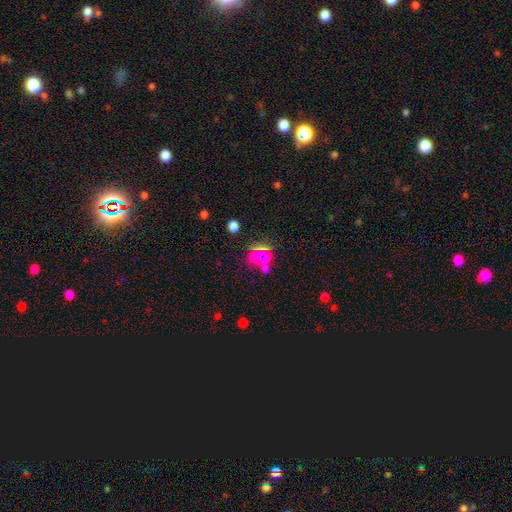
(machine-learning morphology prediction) A star or artifact, not a galaxy (51%).